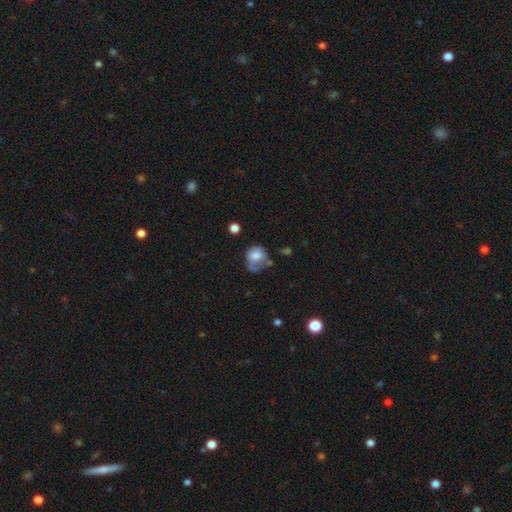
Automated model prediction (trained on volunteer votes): A smooth galaxy with no disk features (67%) that is round (62%).

Vote fractions:
- Smooth or featured? smooth: 67% / featured or disk: 23% / star or artifact: 9%
- How rounded? round: 62% / in between: 37% / cigar-shaped: 1%
- Merging? none: 32% / minor disturbance: 29% / major disturbance: 26% / merger: 12%